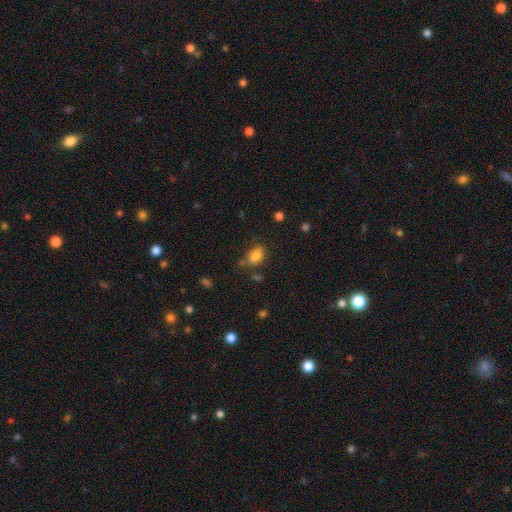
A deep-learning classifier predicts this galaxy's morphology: Smooth or featured?
  - smooth: 83% *
  - star or artifact: 10%
  - featured or disk: 7%
How rounded?
  - in between: 81% *
  - round: 18%
  - cigar-shaped: 2%
Merging?
  - none: 68% *
  - minor disturbance: 20%
  - merger: 6%
  - major disturbance: 6%